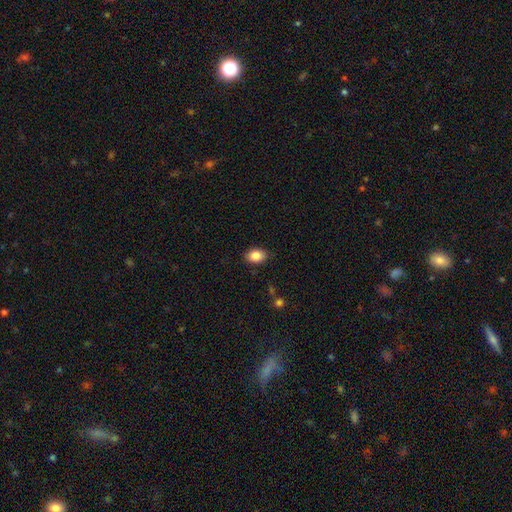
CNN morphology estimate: A smooth galaxy with no disk features (86%) that is in between round and cigar-shaped (78%).

Vote fractions:
- Smooth or featured? smooth: 86% / star or artifact: 8% / featured or disk: 6%
- How rounded? in between: 78% / round: 21% / cigar-shaped: 1%
- Merging? none: 86% / minor disturbance: 10% / major disturbance: 2% / merger: 1%